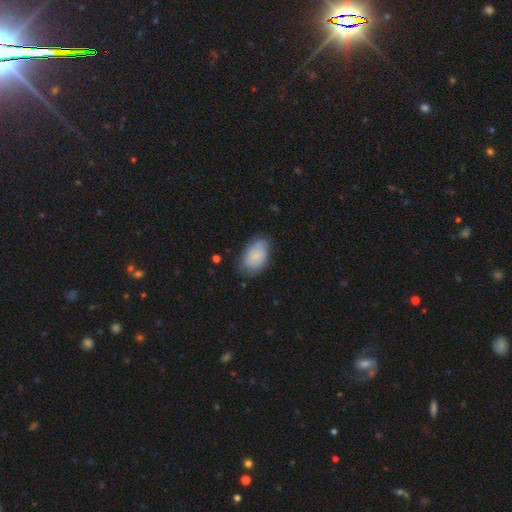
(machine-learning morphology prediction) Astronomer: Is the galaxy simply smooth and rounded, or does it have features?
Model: smooth — 76%.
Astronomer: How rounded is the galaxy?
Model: in between — 90%.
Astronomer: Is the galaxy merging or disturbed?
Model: none — 67%.